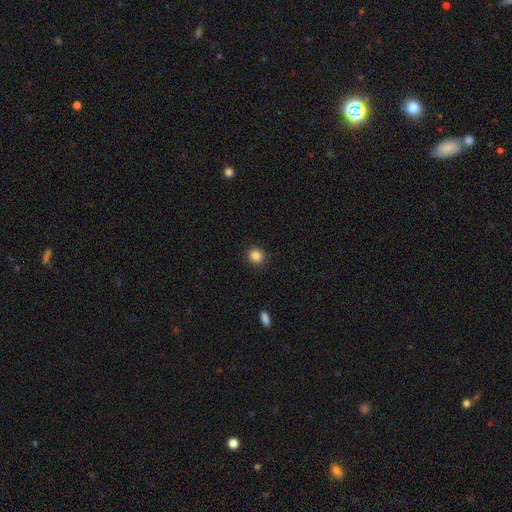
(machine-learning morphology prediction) smooth 85%, star or artifact 11%, featured or disk 4%. Down the decision tree: how rounded — round (90%); merging — none (91%).